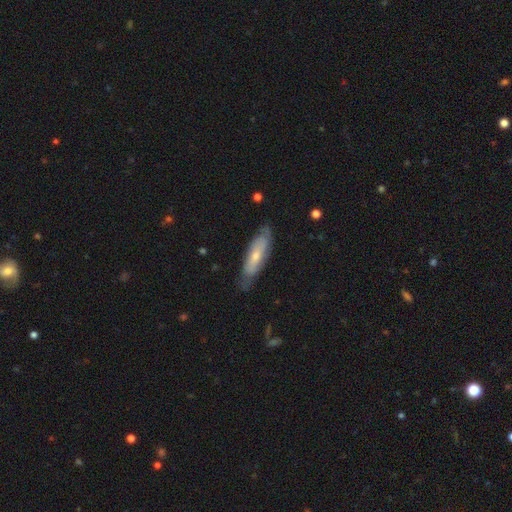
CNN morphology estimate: type=smooth (48%); merging=none (70%).